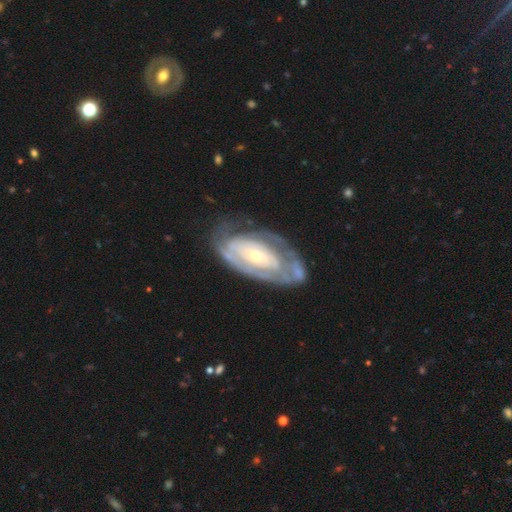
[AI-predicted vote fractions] This is likely a featured or disk galaxy (78%). It is clearly not viewed edge-on (93%). Bar: likely no (75%). Spiral arm pattern: likely yes (68%). Central bulge: likely small (65%). Merging: possibly none (55%).